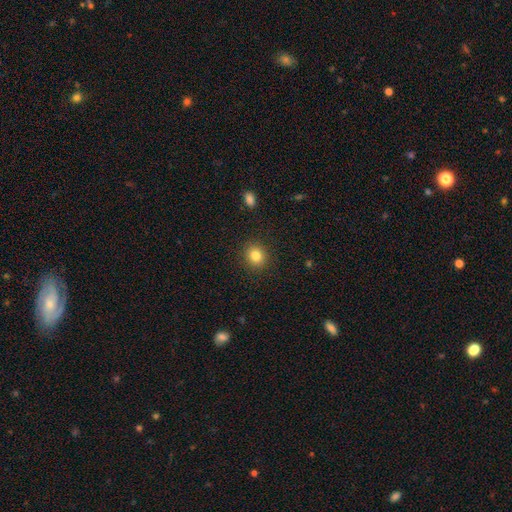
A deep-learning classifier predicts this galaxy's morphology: Smooth or featured: smooth — 83% (star or artifact — 11%)
How rounded: round — 80% (in between — 20%)
Merging: none — 90% (minor disturbance — 7%)